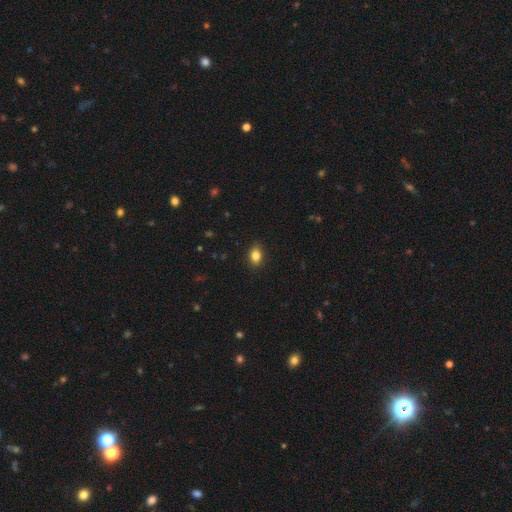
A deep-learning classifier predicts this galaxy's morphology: Overall: smooth (85%). How rounded: in between (75%). Merging: none (89%).